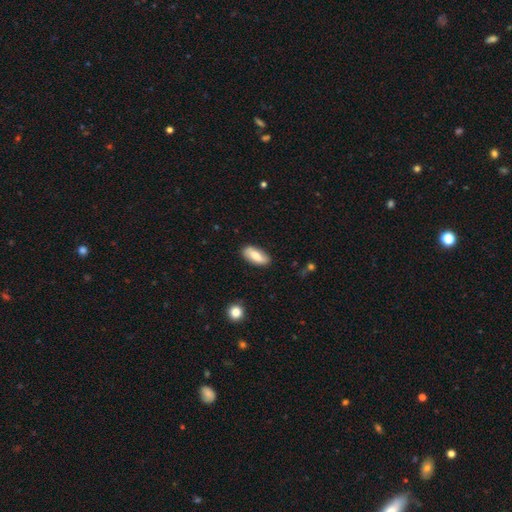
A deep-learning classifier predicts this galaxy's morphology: Q: Smooth or featured?
A: smooth (73%); runner-up: featured or disk (21%)
Q: How rounded?
A: in between (86%); runner-up: cigar-shaped (12%)
Q: Merging?
A: none (84%); runner-up: minor disturbance (13%)